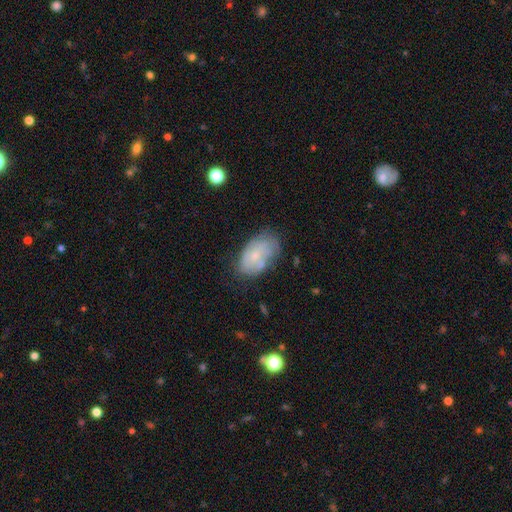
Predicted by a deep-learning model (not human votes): smooth-or-featured: smooth: 50% | featured or disk: 42% | star or artifact: 8%
  merging: none: 57% | minor disturbance: 27% | major disturbance: 9% | merger: 6%